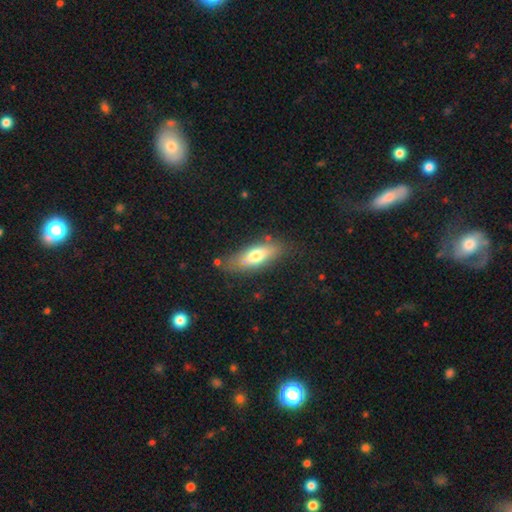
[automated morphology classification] type=smooth (62%); roundness=in between (66%); merging=none (70%).